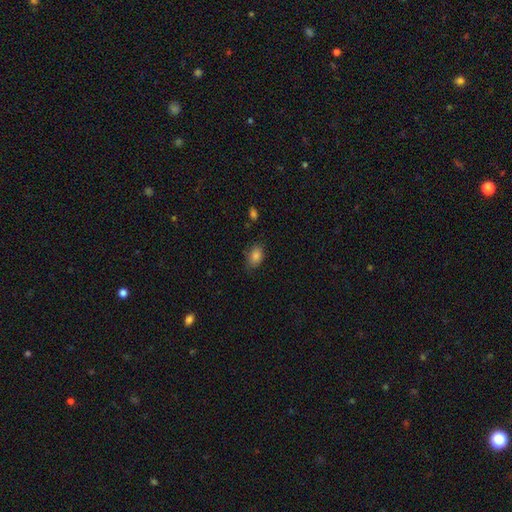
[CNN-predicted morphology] smooth_or_featured: smooth (p=0.84) [alt: star or artifact p=0.09]
how_rounded: in between (p=0.84) [alt: round p=0.15]
merging: none (p=0.75) [alt: minor disturbance p=0.20]